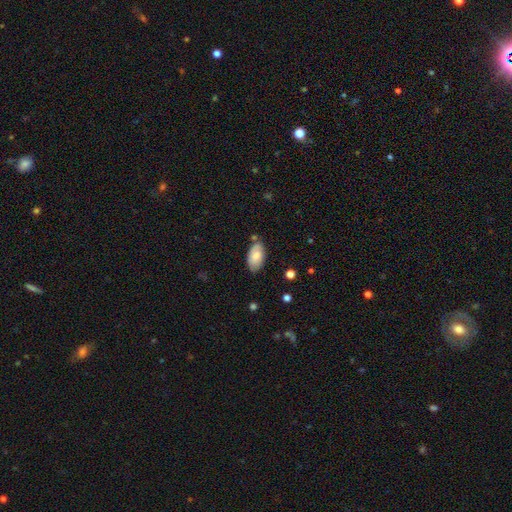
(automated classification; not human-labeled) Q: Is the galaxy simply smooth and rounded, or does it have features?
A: smooth — 74%.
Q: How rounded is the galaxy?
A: in between — 95%.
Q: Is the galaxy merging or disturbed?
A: none — 74%.